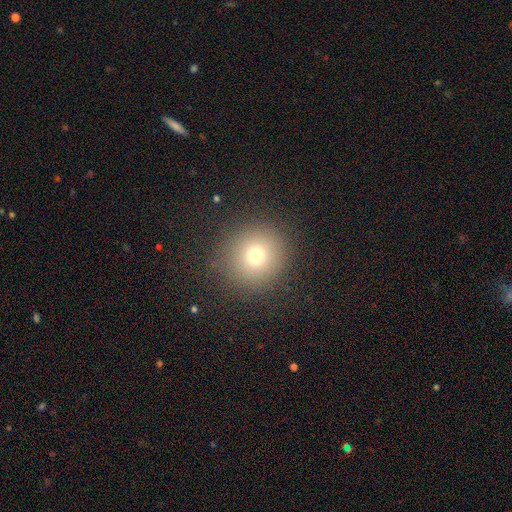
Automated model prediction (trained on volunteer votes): This appears to be a smooth galaxy with no disk features (73%) that is round (92%). Merging: none (88%).